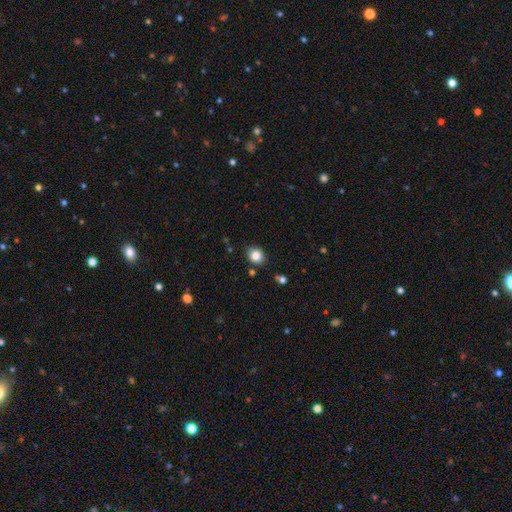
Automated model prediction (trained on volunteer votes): A smooth galaxy with no disk features (84%) that is round (69%). Merging: none (84%).